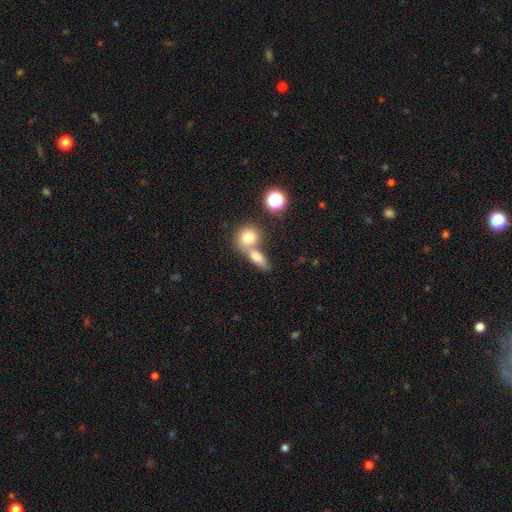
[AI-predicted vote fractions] This appears to be a smooth galaxy with no disk features (71%) that is in between round and cigar-shaped (47%). Merging: merger (50%).